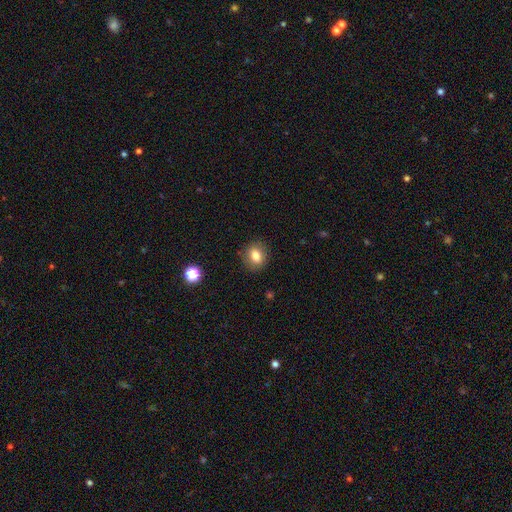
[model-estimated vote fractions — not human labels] This is clearly a smooth galaxy (81%). How rounded: possibly round (51%). Merging: clearly none (87%).